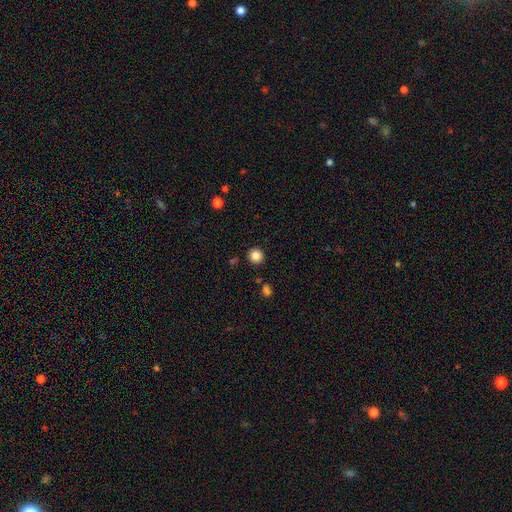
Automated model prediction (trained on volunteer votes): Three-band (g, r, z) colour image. It shows a smooth galaxy with no disk features (85%) that is round (94%). Merging: none (91%).